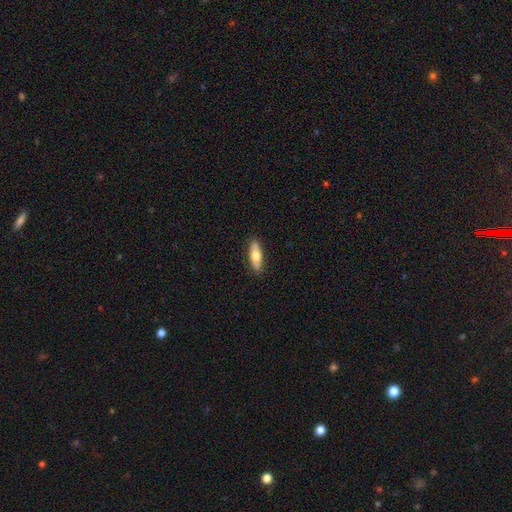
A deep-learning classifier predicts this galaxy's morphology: Smooth or featured: smooth — 67% (featured or disk — 27%)
How rounded: in between — 68% (cigar-shaped — 29%)
Merging: none — 88% (minor disturbance — 9%)